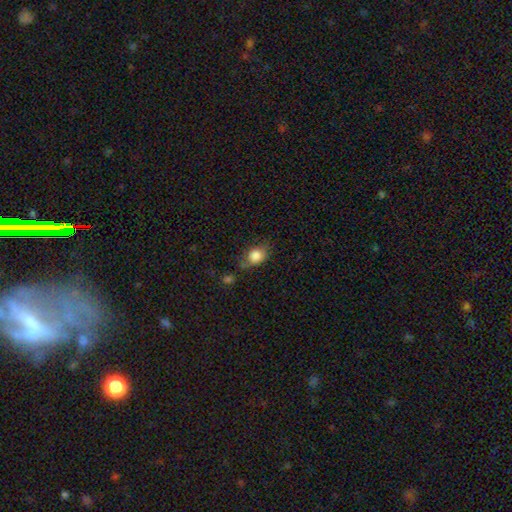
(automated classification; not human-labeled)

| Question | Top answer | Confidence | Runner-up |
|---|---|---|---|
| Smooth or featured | smooth | 82% | featured or disk (9%) |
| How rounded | in between | 57% | round (41%) |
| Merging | none | 58% | minor disturbance (28%) |